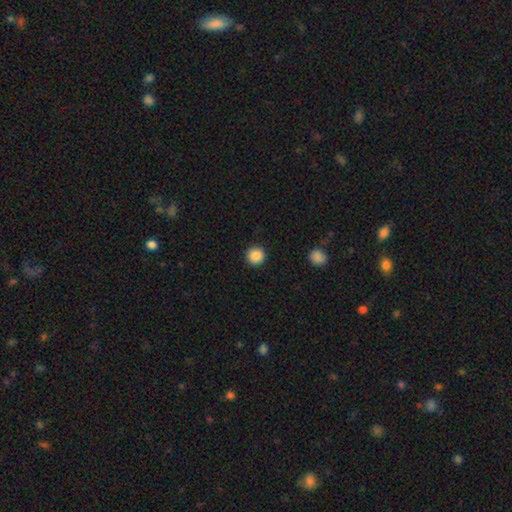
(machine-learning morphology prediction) This appears to be a smooth galaxy with no disk features (87%) that is round (96%). Merging: none (93%).